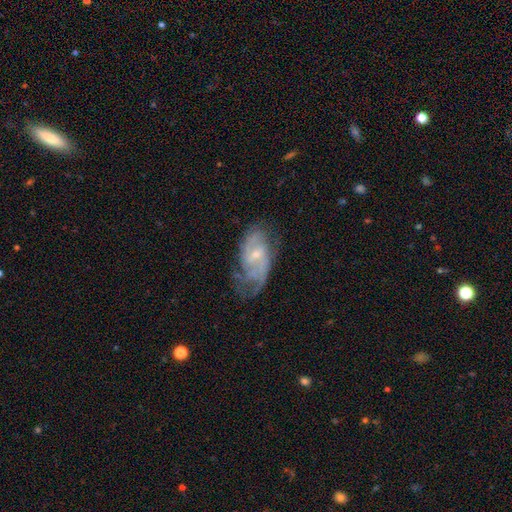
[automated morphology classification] Smooth or featured? Predicted: featured or disk (p=0.78). Edge-on disk? Predicted: no (p=0.95). Bar? Predicted: weak (p=0.47). Spiral arms? Predicted: yes (p=0.89). Spiral winding? Predicted: medium (p=0.45). Spiral arm count? Predicted: 2 (p=0.46). Bulge size? Predicted: small (p=0.67). Merging? Predicted: none (p=0.50).